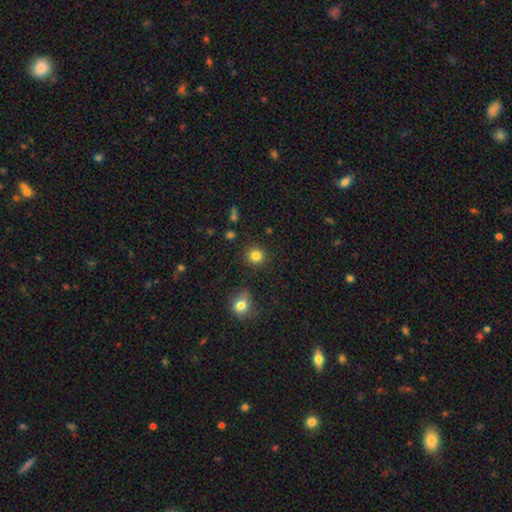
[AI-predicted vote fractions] smooth 84%, star or artifact 11%, featured or disk 5%. Down the decision tree: how rounded — round (91%); merging — none (89%).